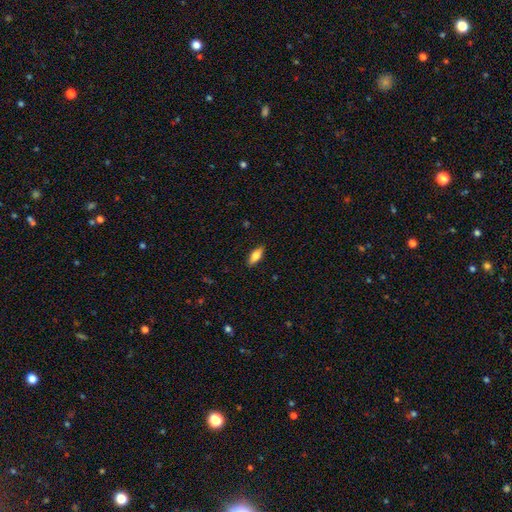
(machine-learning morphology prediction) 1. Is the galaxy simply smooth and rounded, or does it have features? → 73% smooth, 20% featured or disk, 7% star or artifact.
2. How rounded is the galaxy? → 71% in between, 27% cigar-shaped, 2% round.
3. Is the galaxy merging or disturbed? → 88% none, 9% minor disturbance, 2% major disturbance, 1% merger.